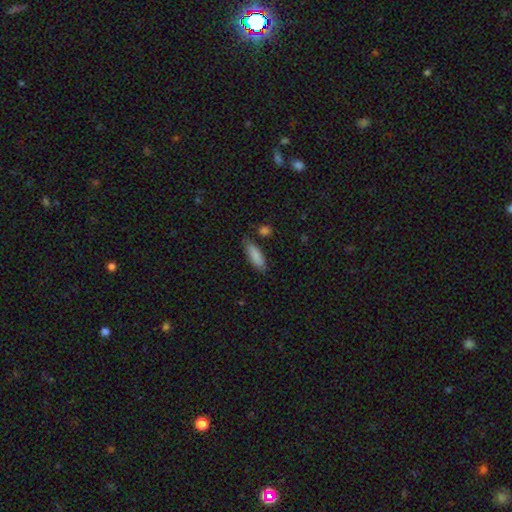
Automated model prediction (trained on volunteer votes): Smooth or featured? Predicted: smooth (p=0.86). How rounded? Predicted: in between (p=0.58). Merging? Predicted: none (p=0.79).